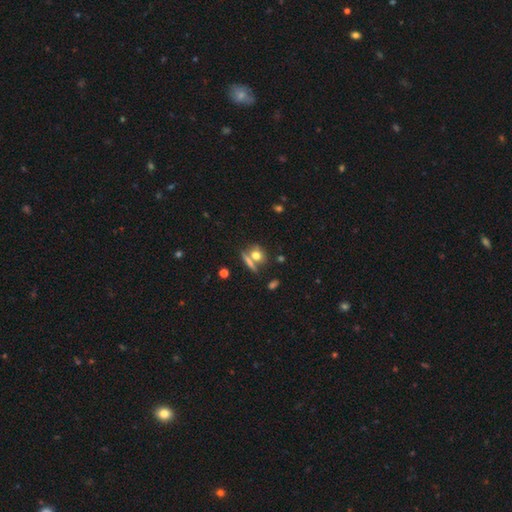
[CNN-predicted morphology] This appears to be a smooth galaxy with no disk features (69%) that is round (60%). Merging: none (55%).